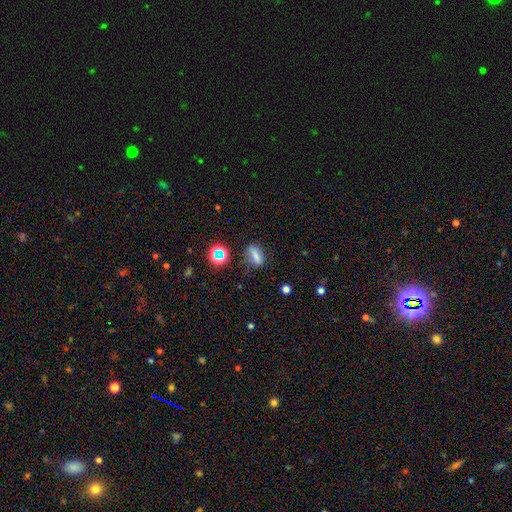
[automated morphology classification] Q: Smooth or featured?
A: smooth (61%); runner-up: star or artifact (21%)
Q: How rounded?
A: in between (60%); runner-up: cigar-shaped (24%)
Q: Merging?
A: none (65%); runner-up: minor disturbance (21%)